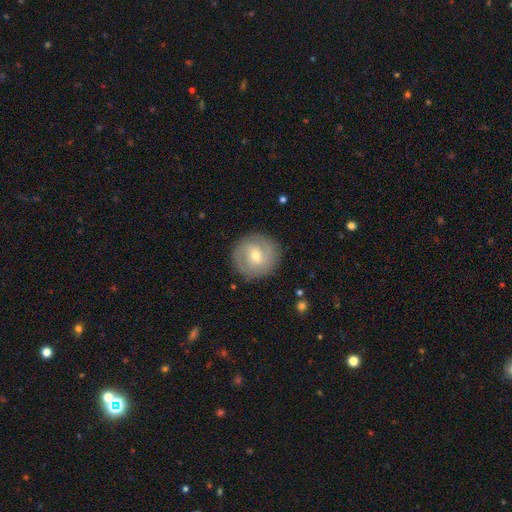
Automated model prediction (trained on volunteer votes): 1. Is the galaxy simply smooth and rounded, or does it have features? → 64% featured or disk, 30% smooth, 6% star or artifact.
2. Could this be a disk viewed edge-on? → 97% no, 3% yes.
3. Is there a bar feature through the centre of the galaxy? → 48% weak, 40% no, 12% strong.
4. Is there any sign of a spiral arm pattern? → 81% yes, 19% no.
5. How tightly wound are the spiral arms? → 55% tight, 34% medium, 11% loose.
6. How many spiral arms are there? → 60% 2, 21% can't tell, 10% 3, 4% 1, 3% 4, 3% more than 4.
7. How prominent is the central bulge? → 51% moderate, 46% small, 2% large, 1% none, 1% dominant.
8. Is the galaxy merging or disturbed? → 87% none, 8% minor disturbance, 3% major disturbance, 1% merger.